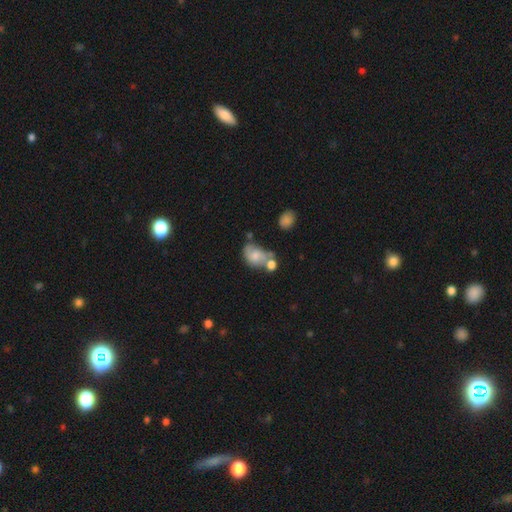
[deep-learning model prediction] Q: Smooth or featured?
A: smooth (56%); runner-up: featured or disk (34%)
Q: How rounded?
A: in between (73%); runner-up: round (26%)
Q: Merging?
A: merger (39%); runner-up: none (27%)